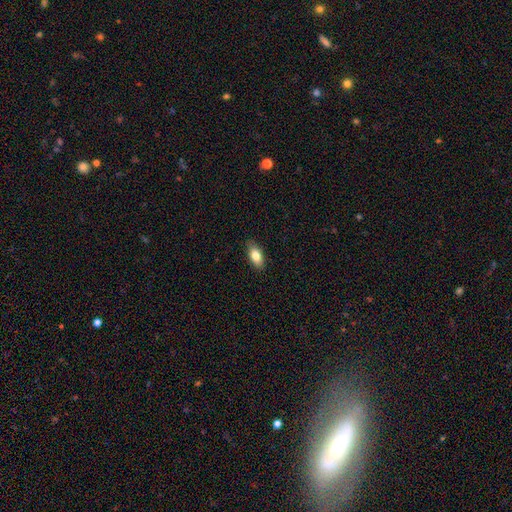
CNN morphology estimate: smooth_or_featured: smooth (p=0.82) [alt: featured or disk p=0.12]
how_rounded: in between (p=0.87) [alt: cigar-shaped p=0.09]
merging: none (p=0.87) [alt: minor disturbance p=0.10]